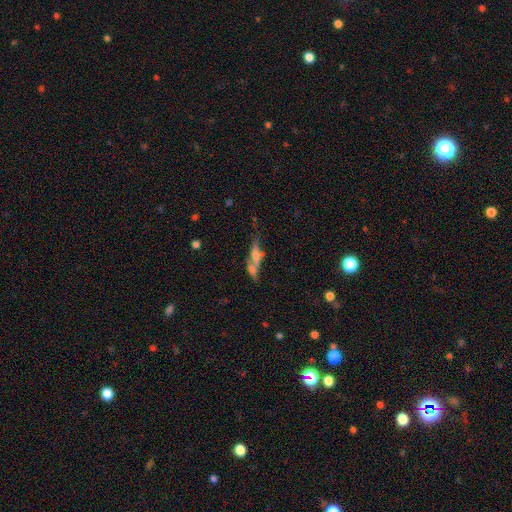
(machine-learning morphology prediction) This is possibly a featured or disk galaxy (48%). Merging: marginally merger (43%).